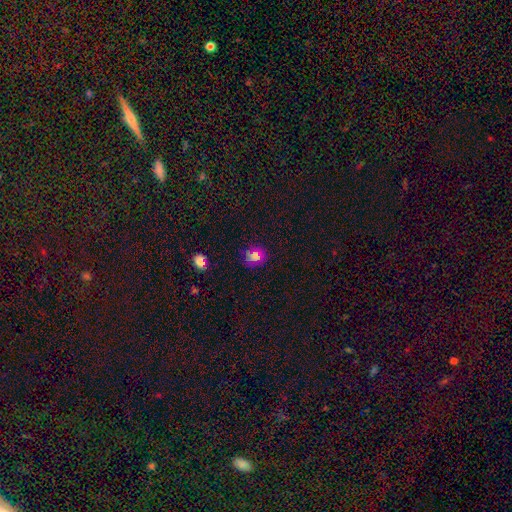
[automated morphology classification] type=smooth (66%); roundness=round (77%); merging=none (82%).